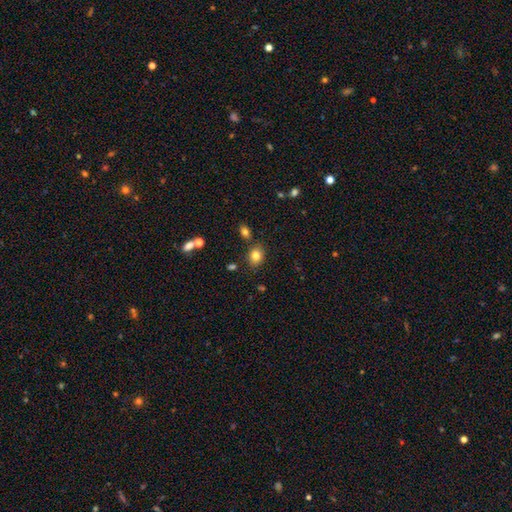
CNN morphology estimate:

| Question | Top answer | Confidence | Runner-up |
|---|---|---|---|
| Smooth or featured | smooth | 82% | star or artifact (11%) |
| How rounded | round | 50% | in between (49%) |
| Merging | none | 78% | minor disturbance (12%) |